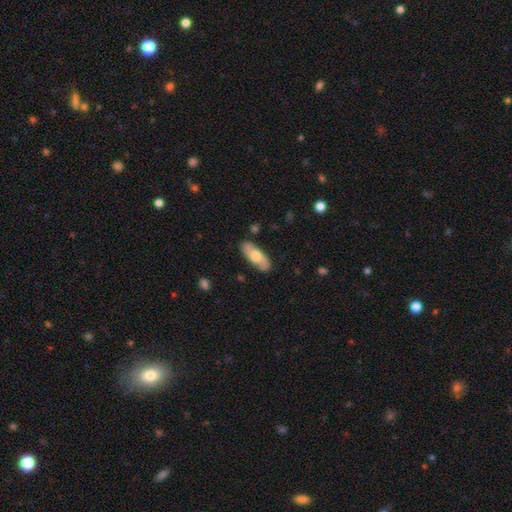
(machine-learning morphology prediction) Q: Smooth or featured?
A: smooth (53%); runner-up: featured or disk (42%)
Q: How rounded?
A: in between (74%); runner-up: cigar-shaped (24%)
Q: Merging?
A: none (81%); runner-up: minor disturbance (14%)